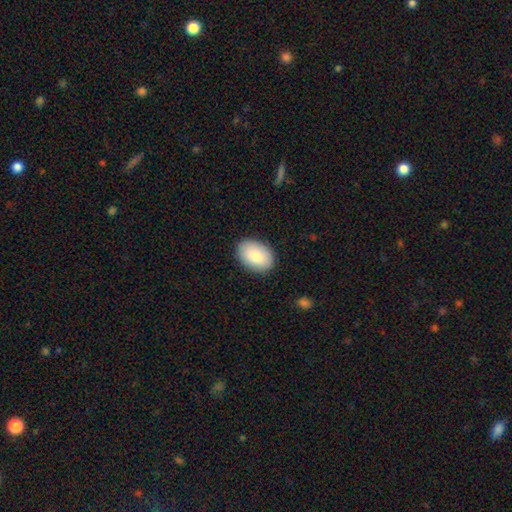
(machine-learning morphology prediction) This appears to be a smooth galaxy with no disk features (86%) that is in between round and cigar-shaped (89%). Merging: none (88%).